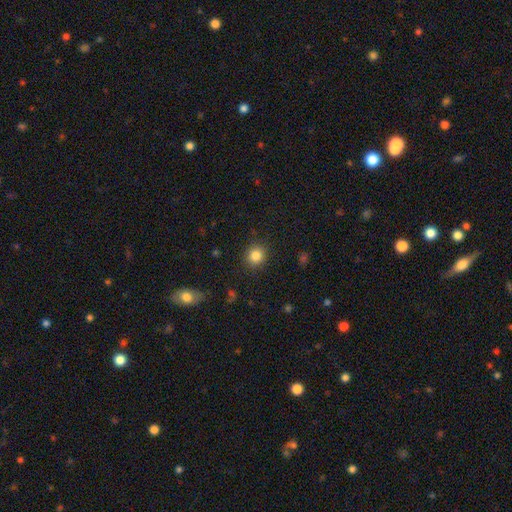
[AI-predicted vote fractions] Smooth or featured? smooth (84%)
How rounded? round (86%)
Merging? none (89%)